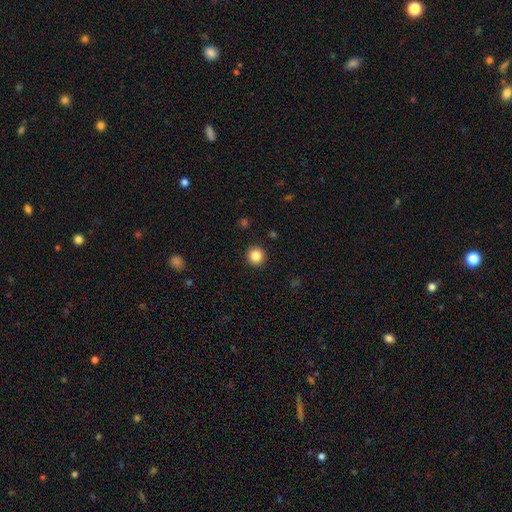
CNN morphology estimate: Smooth or featured? Predicted: smooth (p=0.86). How rounded? Predicted: round (p=0.95). Merging? Predicted: none (p=0.93).